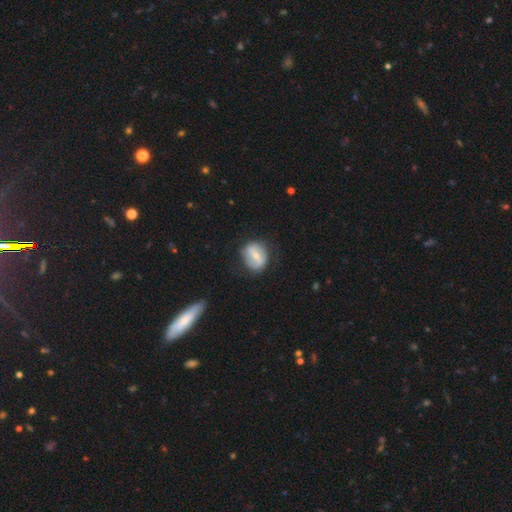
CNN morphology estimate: Q: Smooth or featured?
A: featured or disk (54%); runner-up: smooth (40%)
Q: Edge-on disk?
A: no (96%); runner-up: yes (4%)
Q: Bar?
A: weak (43%); runner-up: strong (34%)
Q: Spiral arms?
A: yes (56%); runner-up: no (44%)
Q: Bulge size?
A: moderate (54%); runner-up: small (41%)
Q: Merging?
A: none (72%); runner-up: minor disturbance (19%)